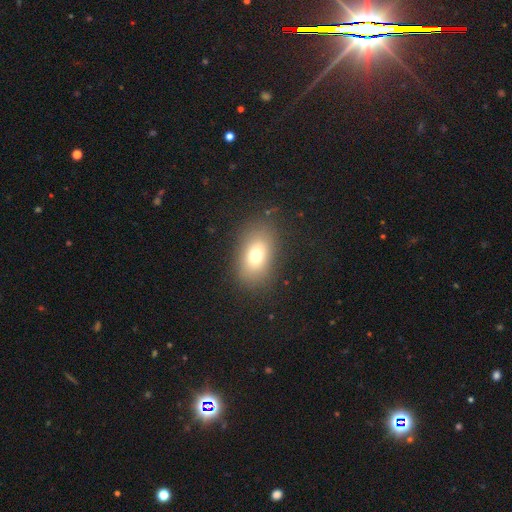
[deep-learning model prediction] Overall: smooth (73%). How rounded: in between (79%). Merging: none (82%).